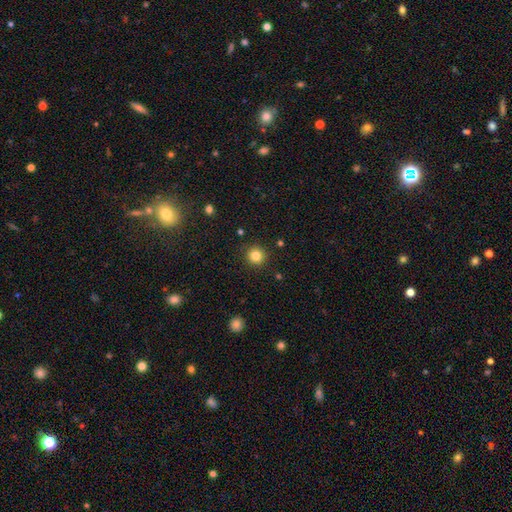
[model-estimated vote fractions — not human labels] Smooth or featured: smooth — 83% (star or artifact — 12%)
How rounded: round — 95% (in between — 4%)
Merging: none — 91% (minor disturbance — 5%)